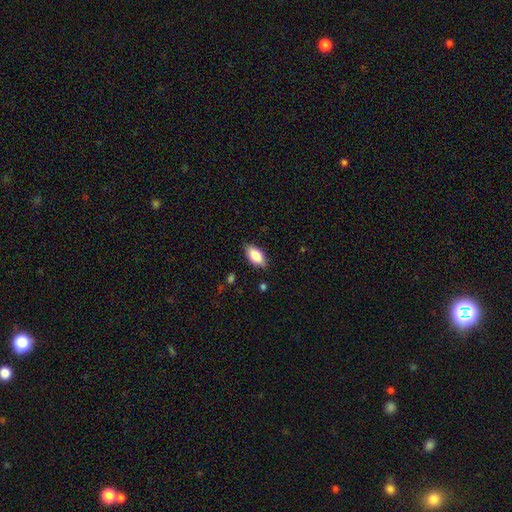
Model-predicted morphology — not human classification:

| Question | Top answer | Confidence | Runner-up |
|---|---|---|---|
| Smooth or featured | smooth | 82% | featured or disk (11%) |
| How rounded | in between | 90% | cigar-shaped (7%) |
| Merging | none | 84% | minor disturbance (12%) |